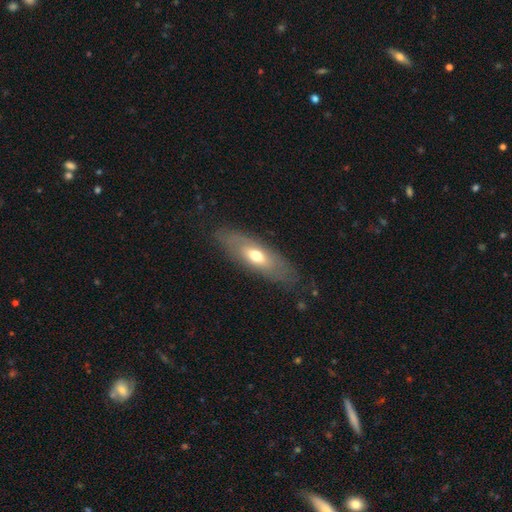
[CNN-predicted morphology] smooth-or-featured: smooth: 47% | featured or disk: 46% | star or artifact: 7%
  merging: none: 80% | minor disturbance: 15% | major disturbance: 4% | merger: 1%